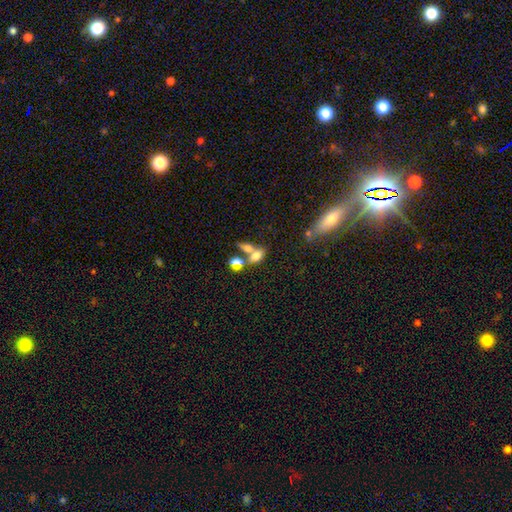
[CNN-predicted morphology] Smooth or featured? smooth (70%)
How rounded? in between (82%)
Merging? merger (49%)